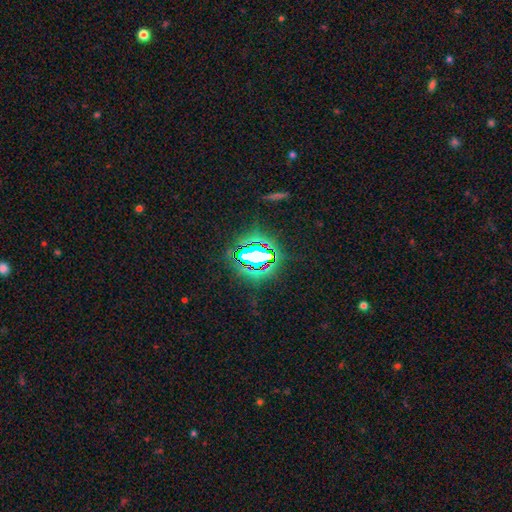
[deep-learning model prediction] A star or artifact, not a galaxy (73%).

Vote fractions:
- Smooth or featured? star or artifact: 73% / smooth: 16% / featured or disk: 12%